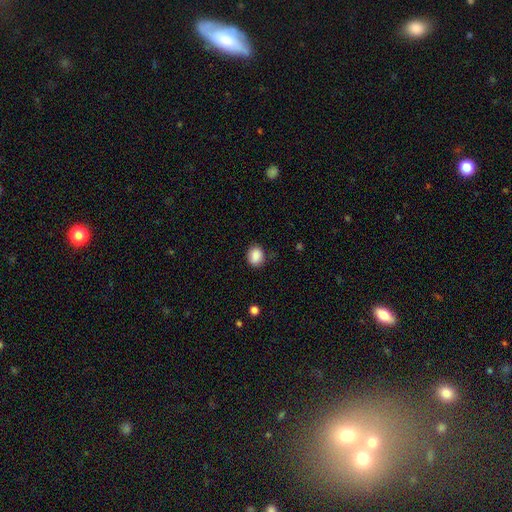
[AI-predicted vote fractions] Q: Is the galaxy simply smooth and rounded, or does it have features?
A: smooth — 88%.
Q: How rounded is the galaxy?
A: round — 58%.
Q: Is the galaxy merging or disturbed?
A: none — 82%.